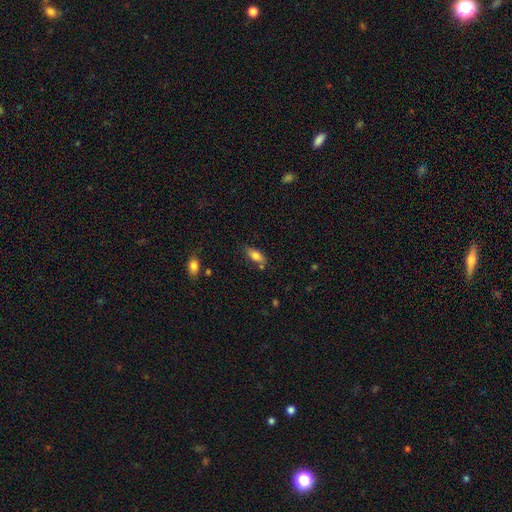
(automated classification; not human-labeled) Smooth or featured?
  - smooth: 75% *
  - featured or disk: 17%
  - star or artifact: 8%
How rounded?
  - in between: 80% *
  - cigar-shaped: 17%
  - round: 3%
Merging?
  - none: 72% *
  - minor disturbance: 18%
  - merger: 7%
  - major disturbance: 4%